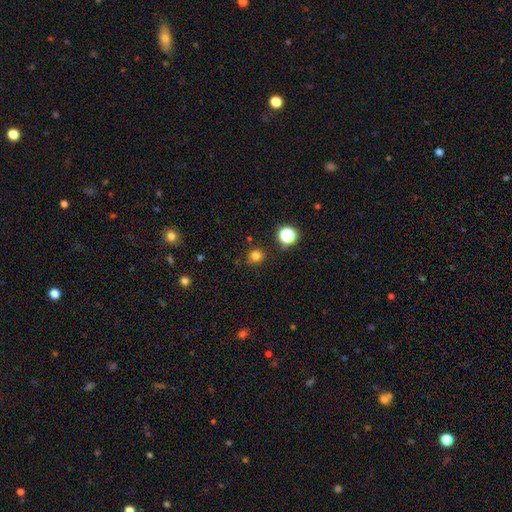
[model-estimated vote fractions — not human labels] Smooth or featured?
  - smooth: 78% *
  - star or artifact: 17%
  - featured or disk: 5%
How rounded?
  - round: 89% *
  - in between: 10%
  - cigar-shaped: 1%
Merging?
  - none: 86% *
  - minor disturbance: 8%
  - merger: 3%
  - major disturbance: 3%